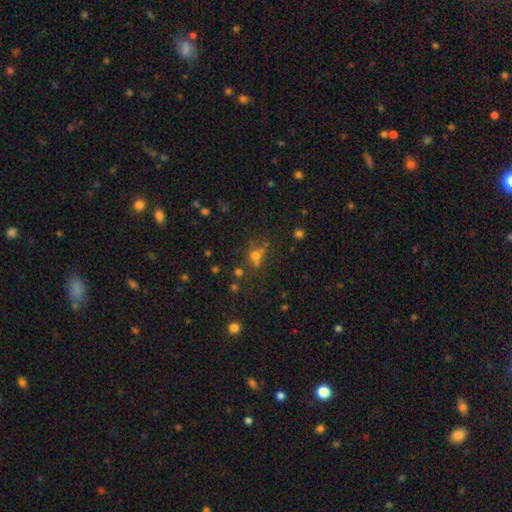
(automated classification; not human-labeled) Smooth or featured? Predicted: smooth (p=0.62). How rounded? Predicted: round (p=0.76). Merging? Predicted: none (p=0.55).